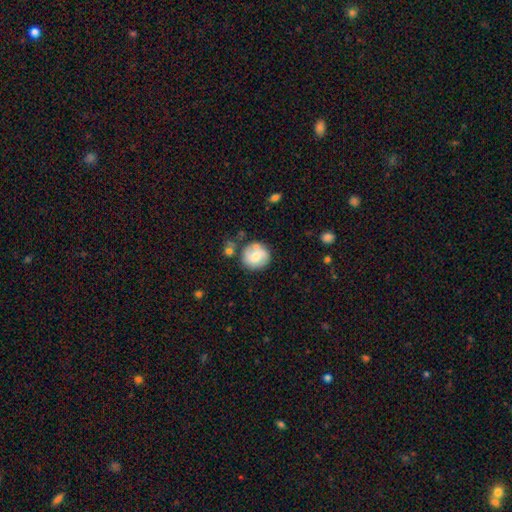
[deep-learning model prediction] smooth_or_featured: smooth (p=0.53) [alt: featured or disk p=0.39]
how_rounded: round (p=0.88) [alt: in between p=0.11]
merging: none (p=0.66) [alt: minor disturbance p=0.17]